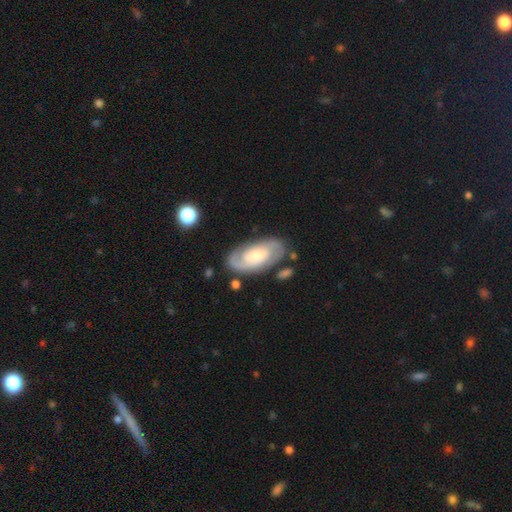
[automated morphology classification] The model was most divided on "bulge size": small: 44%, moderate: 39%, large: 10%, none: 5%, dominant: 2%. More confident: edge-on disk — no (95%); spiral arms — yes (93%); spiral arm count — 2 (79%); smooth or featured — featured or disk (79%); merging — none (77%); bar — no (62%); spiral winding — tight (54%).